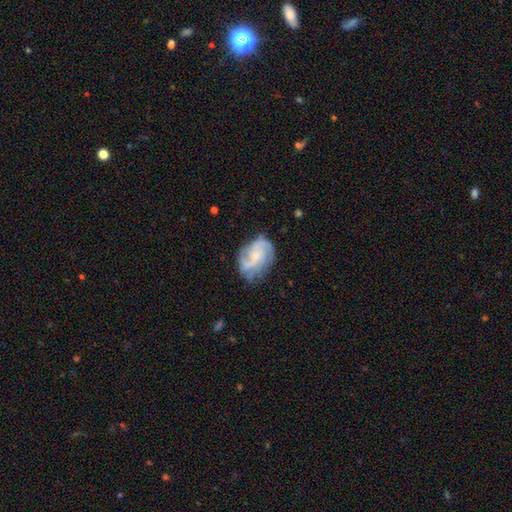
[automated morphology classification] A featured or disk galaxy (83%) with no bar (60%), 3 (37%) medium (48%) spiral arms (96%) and a small central bulge (59%).

Vote fractions:
- Smooth or featured? featured or disk: 83% / smooth: 12% / star or artifact: 6%
- Edge-on disk? no: 98% / yes: 2%
- Bar? no: 60% / weak: 34% / strong: 7%
- Spiral arms? yes: 96% / no: 4%
- Spiral winding? medium: 48% / tight: 33% / loose: 19%
- Spiral arm count? 3: 37% / 2: 36% / can't tell: 13% / 4: 7% / 1: 4% / more than 4: 4%
- Bulge size? small: 59% / moderate: 26% / none: 12% / large: 2% / dominant: 1%
- Merging? none: 67% / minor disturbance: 22% / major disturbance: 9% / merger: 2%